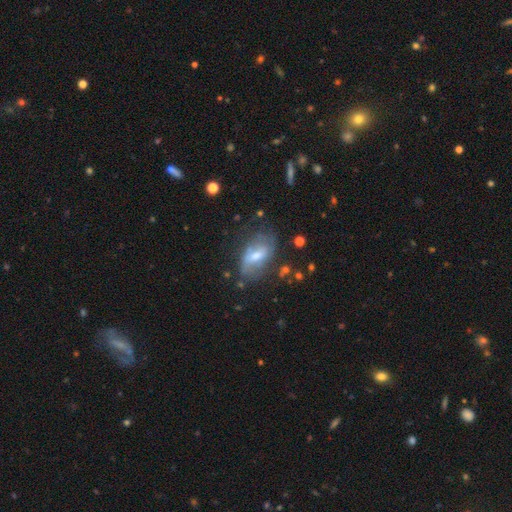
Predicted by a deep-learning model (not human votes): A featured or disk galaxy (50%).

Vote fractions:
- Smooth or featured? featured or disk: 50% / smooth: 42% / star or artifact: 8%
- Merging? none: 53% / minor disturbance: 26% / major disturbance: 17% / merger: 4%